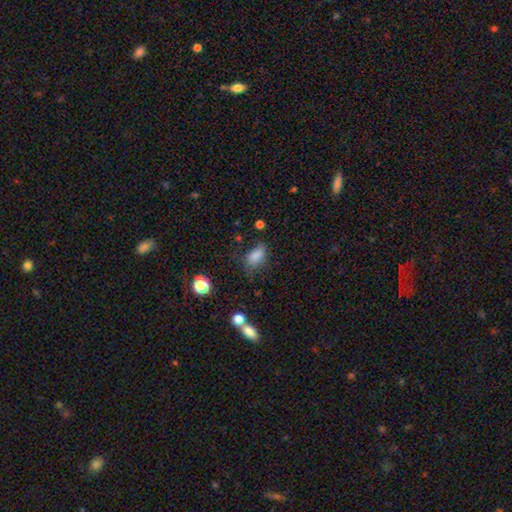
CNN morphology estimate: smooth_or_featured: smooth (p=0.81) [alt: star or artifact p=0.12]
how_rounded: in between (p=0.86) [alt: round p=0.09]
merging: none (p=0.56) [alt: minor disturbance p=0.27]